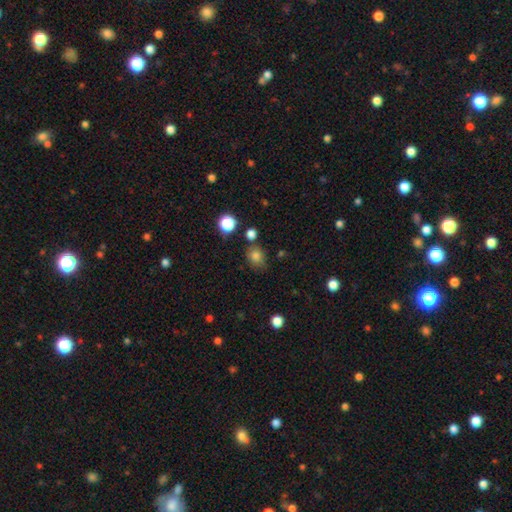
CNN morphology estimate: smooth 80%, star or artifact 14%, featured or disk 6%. Down the decision tree: how rounded — round (61%); merging — none (72%).